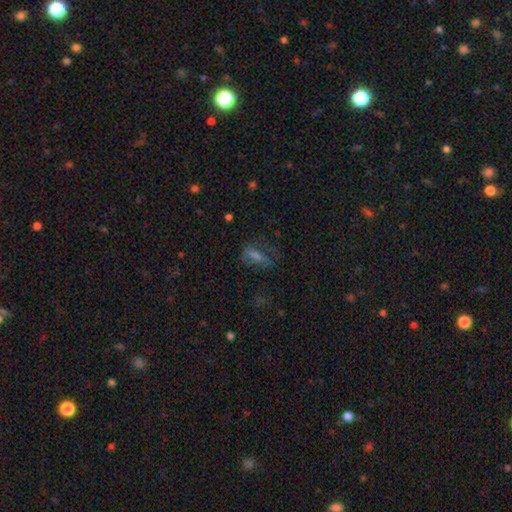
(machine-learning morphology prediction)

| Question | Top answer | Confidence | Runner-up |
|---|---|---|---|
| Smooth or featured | smooth | 43% | star or artifact (29%) |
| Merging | none | 59% | minor disturbance (19%) |